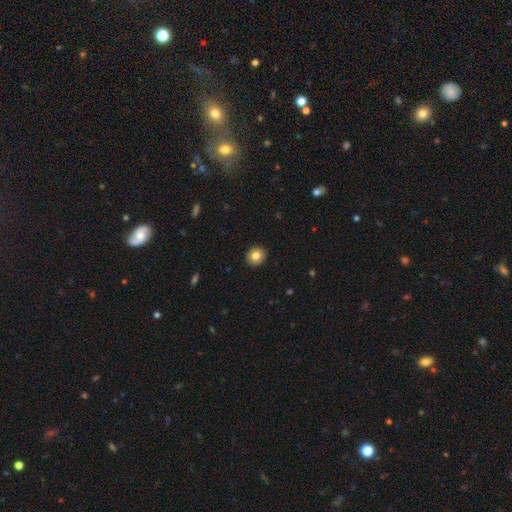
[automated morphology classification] Q: Smooth or featured?
A: smooth (81%); runner-up: featured or disk (10%)
Q: How rounded?
A: round (85%); runner-up: in between (14%)
Q: Merging?
A: none (92%); runner-up: minor disturbance (5%)